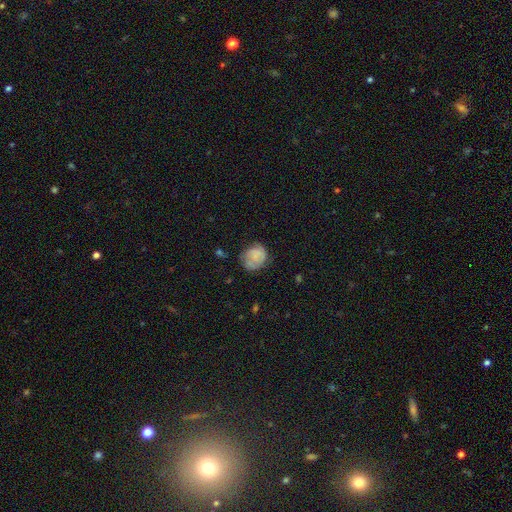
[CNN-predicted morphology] Smooth or featured? smooth (61%)
How rounded? round (70%)
Merging? none (57%)